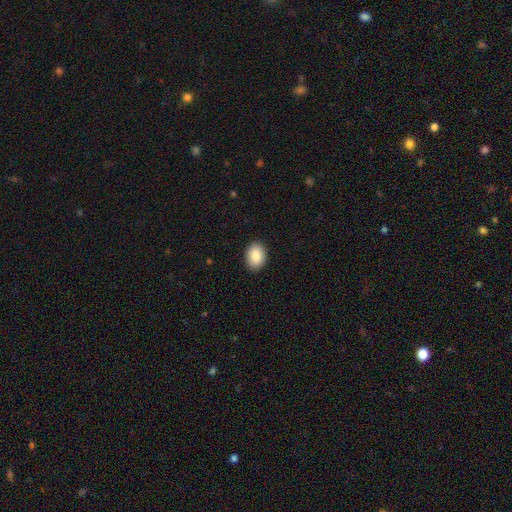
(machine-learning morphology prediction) A smooth galaxy with no disk features (88%) that is in between round and cigar-shaped (77%).

Vote fractions:
- Smooth or featured? smooth: 88% / star or artifact: 7% / featured or disk: 5%
- How rounded? in between: 77% / round: 22% / cigar-shaped: 1%
- Merging? none: 90% / minor disturbance: 7% / major disturbance: 2% / merger: 1%